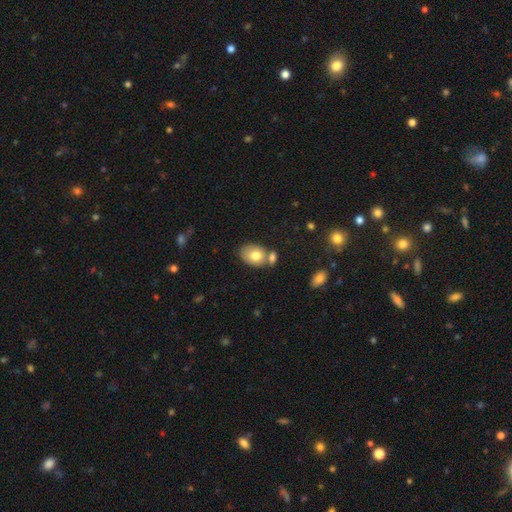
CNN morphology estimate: This is likely a smooth galaxy (75%). How rounded: likely in between (76%). Merging: possibly none (48%).